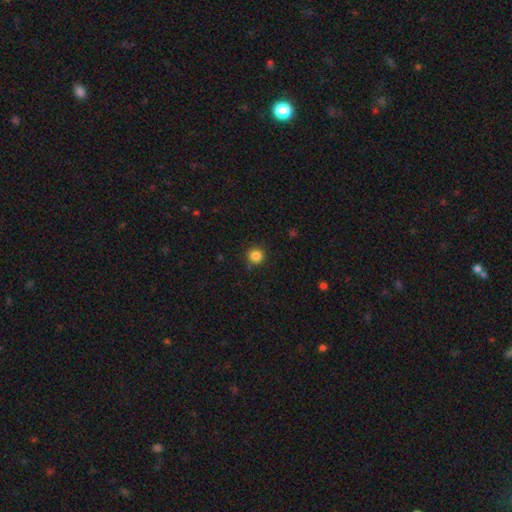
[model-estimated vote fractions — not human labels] Smooth or featured? Predicted: smooth (p=0.85). How rounded? Predicted: round (p=0.95). Merging? Predicted: none (p=0.88).